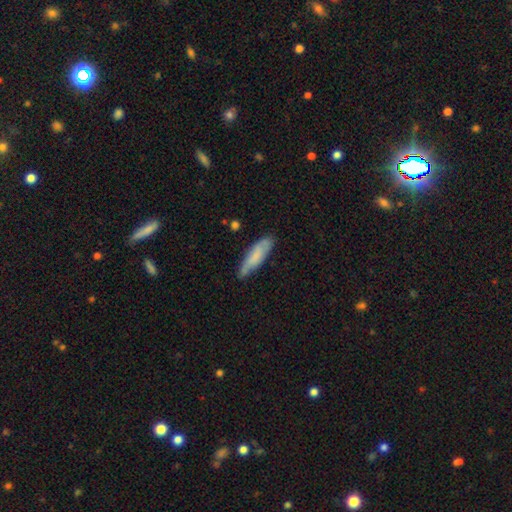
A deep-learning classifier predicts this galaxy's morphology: Smooth or featured? Predicted: smooth (p=0.68). How rounded? Predicted: cigar-shaped (p=0.63). Merging? Predicted: none (p=0.68).